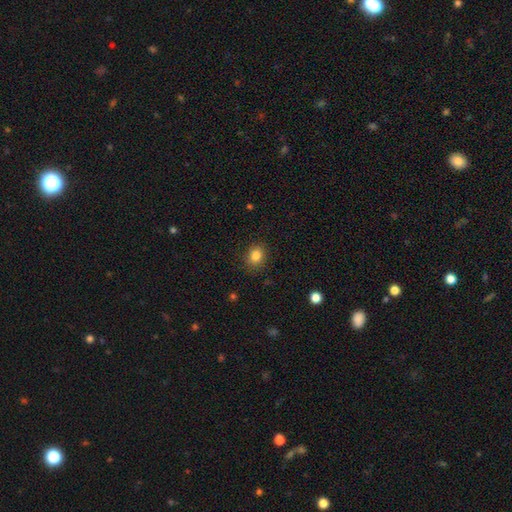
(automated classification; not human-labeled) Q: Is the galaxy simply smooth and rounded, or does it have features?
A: smooth — 84%.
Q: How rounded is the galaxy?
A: round — 56%.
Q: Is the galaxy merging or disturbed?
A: none — 86%.